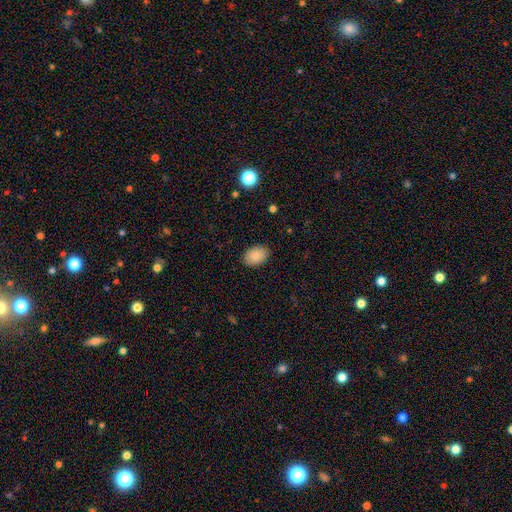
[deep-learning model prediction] Smooth or featured: smooth — 88% (star or artifact — 7%)
How rounded: in between — 86% (round — 13%)
Merging: none — 88% (minor disturbance — 9%)